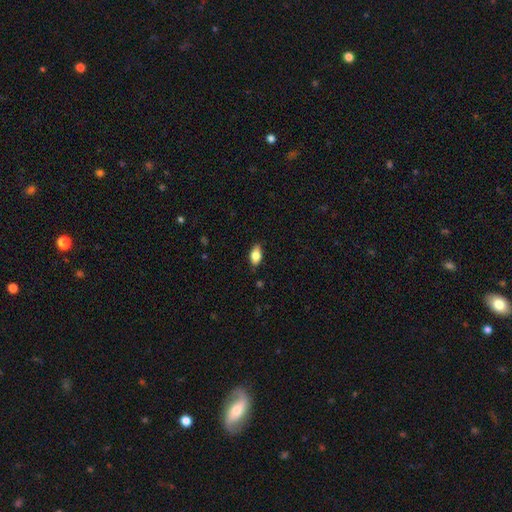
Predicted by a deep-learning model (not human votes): Smooth or featured? Predicted: smooth (p=0.79). How rounded? Predicted: in between (p=0.89). Merging? Predicted: none (p=0.83).